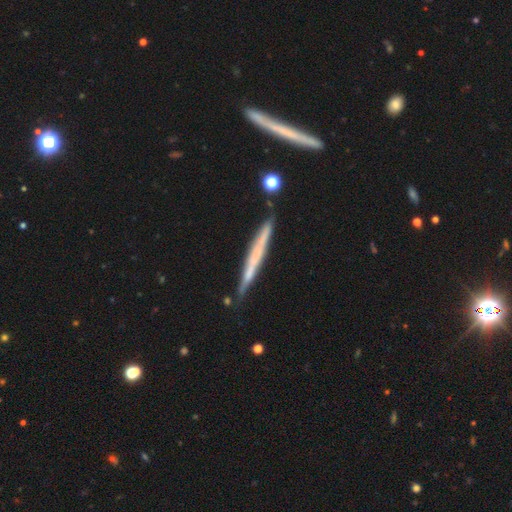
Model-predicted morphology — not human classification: Smooth or featured: featured or disk — 53% (smooth — 41%)
Edge-on disk: yes — 96% (no — 4%)
Edge-on bulge: none — 89% (rounded — 7%)
Merging: none — 82% (minor disturbance — 12%)